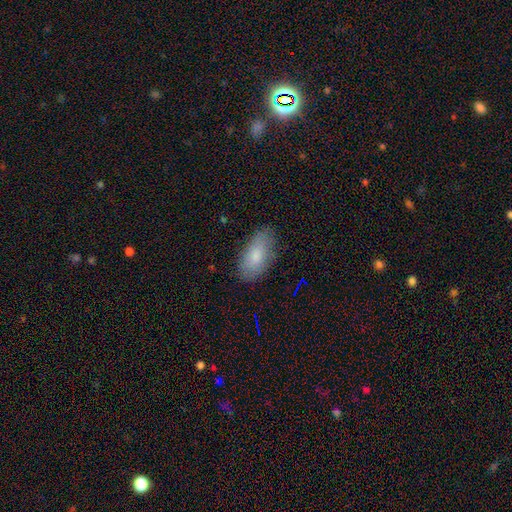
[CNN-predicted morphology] Smooth or featured?
  - smooth: 80% *
  - featured or disk: 13%
  - star or artifact: 7%
How rounded?
  - in between: 92% *
  - cigar-shaped: 6%
  - round: 3%
Merging?
  - none: 78% *
  - minor disturbance: 17%
  - major disturbance: 4%
  - merger: 1%